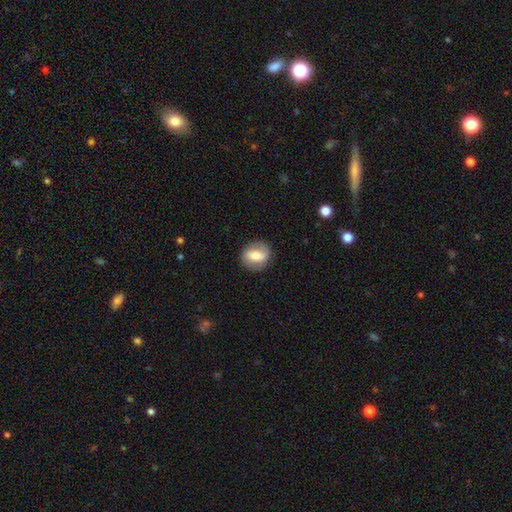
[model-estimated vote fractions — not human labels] smooth-or-featured: smooth: 57% | featured or disk: 35% | star or artifact: 7%
  how-rounded: round: 67% | in between: 31% | cigar-shaped: 2%
  merging: none: 85% | minor disturbance: 11% | major disturbance: 4% | merger: 1%